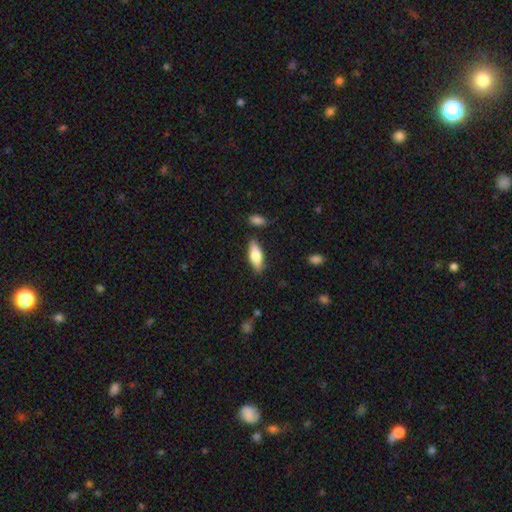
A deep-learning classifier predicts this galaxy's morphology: Smooth or featured? smooth (72%)
How rounded? in between (68%)
Merging? none (83%)